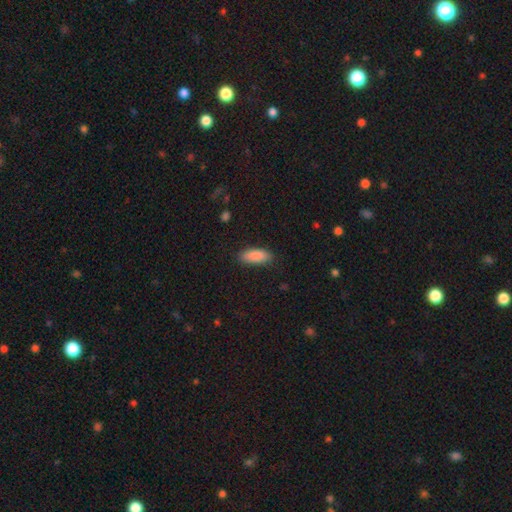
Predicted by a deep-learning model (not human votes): This is clearly a smooth galaxy (89%). How rounded: likely in between (77%). Merging: clearly none (86%).